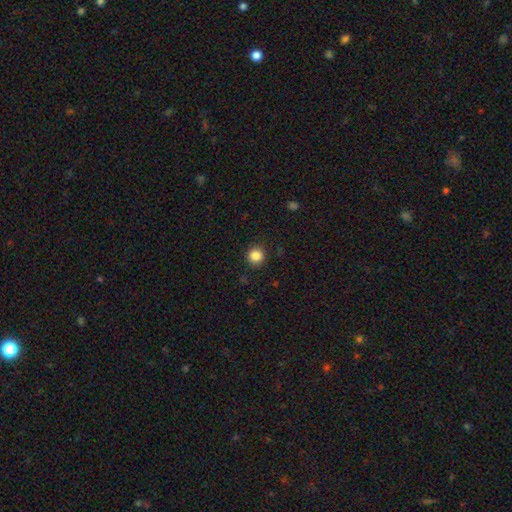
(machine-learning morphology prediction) smooth-or-featured: smooth: 85% | star or artifact: 11% | featured or disk: 4%
  how-rounded: round: 93% | in between: 6% | cigar-shaped: 1%
  merging: none: 90% | minor disturbance: 6% | major disturbance: 2% | merger: 1%